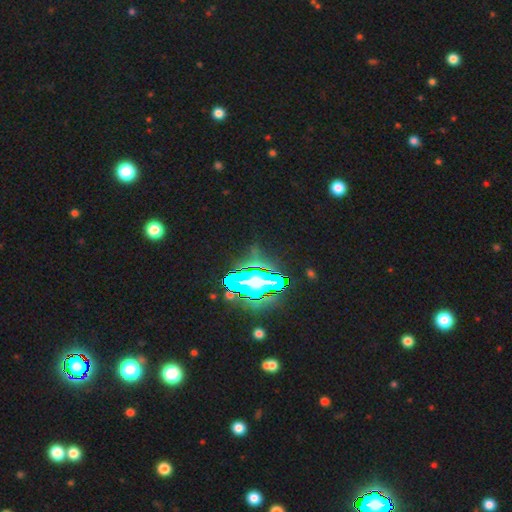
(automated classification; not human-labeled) Q: Smooth or featured?
A: star or artifact (61%); runner-up: featured or disk (20%)